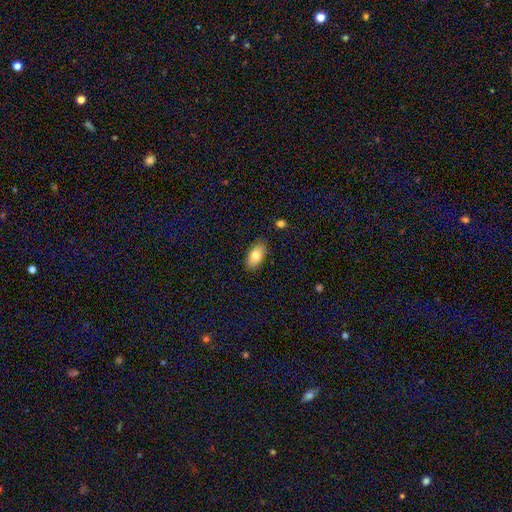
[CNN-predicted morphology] smooth 80%, featured or disk 13%, star or artifact 7%. Down the decision tree: how rounded — in between (92%); merging — none (85%).